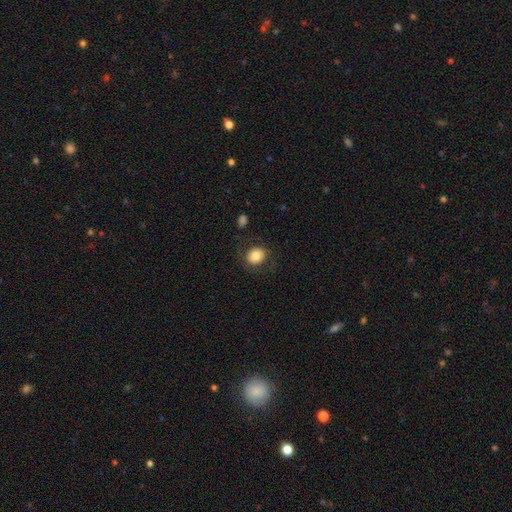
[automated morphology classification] type=smooth (79%); roundness=round (70%); merging=none (81%).